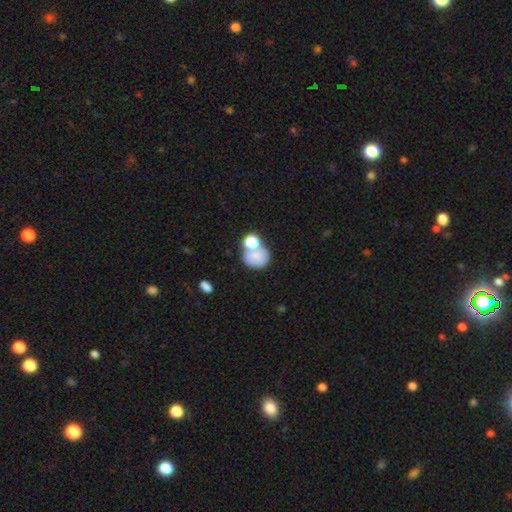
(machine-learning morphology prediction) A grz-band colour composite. It shows a smooth galaxy with no disk features (75%) that is round (66%). Merging: none (42%).